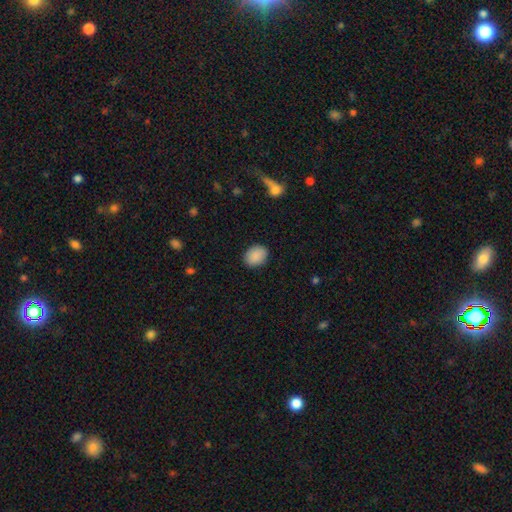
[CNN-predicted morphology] A smooth galaxy with no disk features (89%) that is in between round and cigar-shaped (58%).

Vote fractions:
- Smooth or featured? smooth: 89% / star or artifact: 7% / featured or disk: 4%
- How rounded? in between: 58% / round: 41% / cigar-shaped: 1%
- Merging? none: 87% / minor disturbance: 9% / major disturbance: 2% / merger: 1%